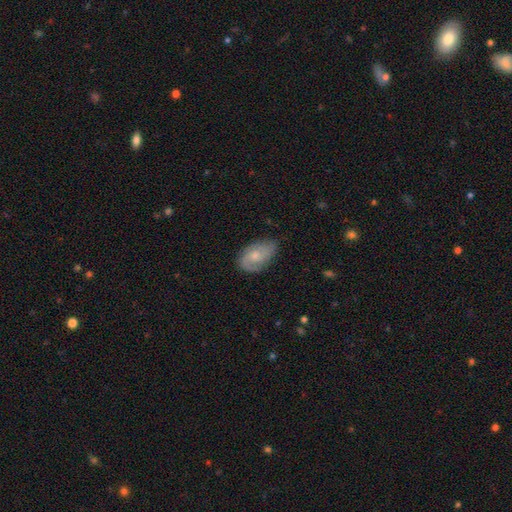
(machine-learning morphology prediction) Smooth or featured?
  - featured or disk: 56% *
  - smooth: 37%
  - star or artifact: 7%
Edge-on disk?
  - no: 95% *
  - yes: 5%
Bar?
  - no: 69% *
  - weak: 28%
  - strong: 3%
Spiral arms?
  - yes: 87% *
  - no: 13%
Bulge size?
  - moderate: 46% *
  - small: 42%
  - none: 7%
  - large: 3%
  - dominant: 1%
Merging?
  - none: 68% *
  - minor disturbance: 24%
  - major disturbance: 7%
  - merger: 1%